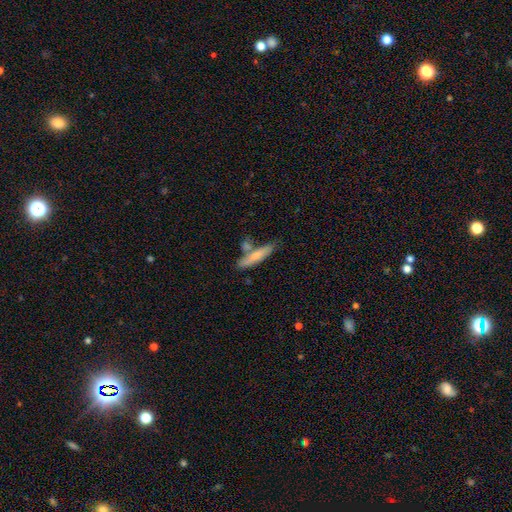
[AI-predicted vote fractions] Morphology: type=smooth (62%); roundness=cigar-shaped (80%); merging=none (60%).